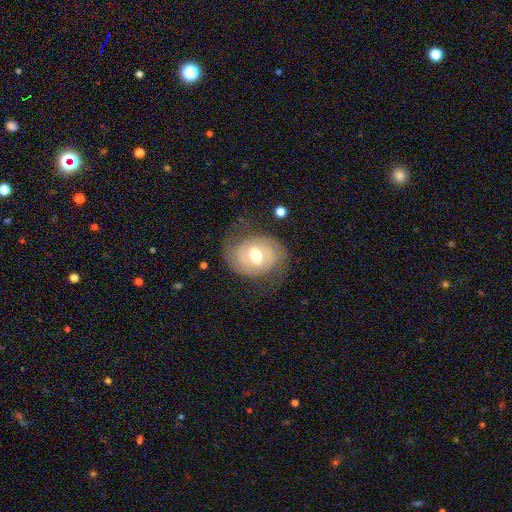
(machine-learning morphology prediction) Smooth or featured?
  - featured or disk: 70% *
  - smooth: 24%
  - star or artifact: 6%
Edge-on disk?
  - no: 96% *
  - yes: 4%
Bar?
  - weak: 53% *
  - no: 24%
  - strong: 23%
Spiral arms?
  - yes: 79% *
  - no: 21%
Spiral winding?
  - medium: 41% *
  - tight: 36%
  - loose: 23%
Spiral arm count?
  - 2: 77% *
  - can't tell: 14%
  - 1: 5%
  - 3: 2%
  - 4: 1%
  - more than 4: 1%
Bulge size?
  - moderate: 72% *
  - large: 14%
  - small: 12%
  - dominant: 1%
  - none: 1%
Merging?
  - none: 64% *
  - minor disturbance: 20%
  - major disturbance: 15%
  - merger: 2%